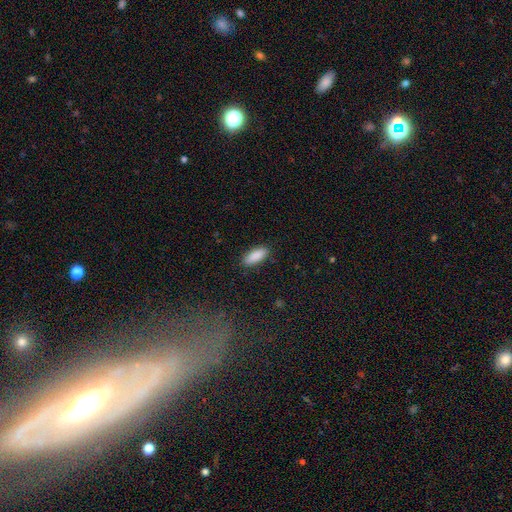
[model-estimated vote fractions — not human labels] smooth-or-featured: smooth: 90% | star or artifact: 6% | featured or disk: 4%
  how-rounded: in between: 77% | cigar-shaped: 21% | round: 2%
  merging: none: 89% | minor disturbance: 8% | major disturbance: 2% | merger: 1%